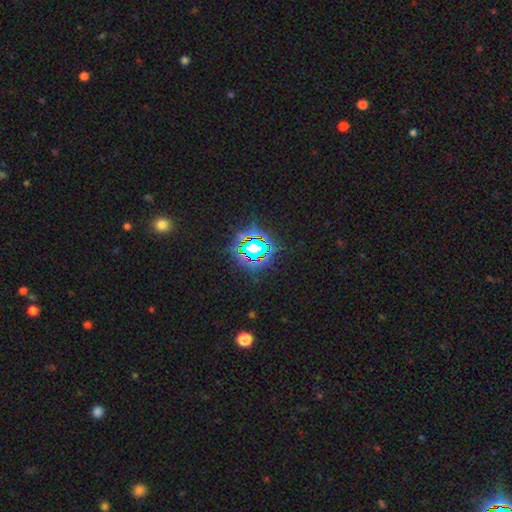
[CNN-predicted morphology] Smooth or featured? star or artifact (80%)